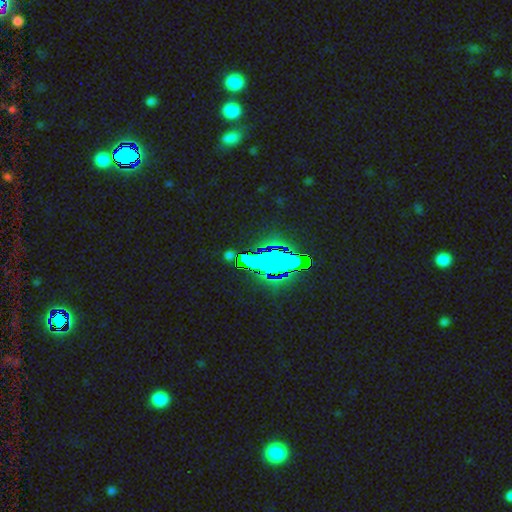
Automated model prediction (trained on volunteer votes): smooth_or_featured: star or artifact (p=0.72) [alt: smooth p=0.15]